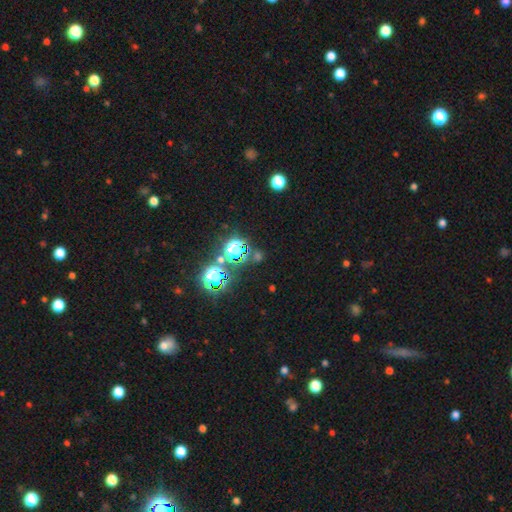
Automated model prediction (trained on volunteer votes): smooth_or_featured: star or artifact (p=0.73) [alt: smooth p=0.19]